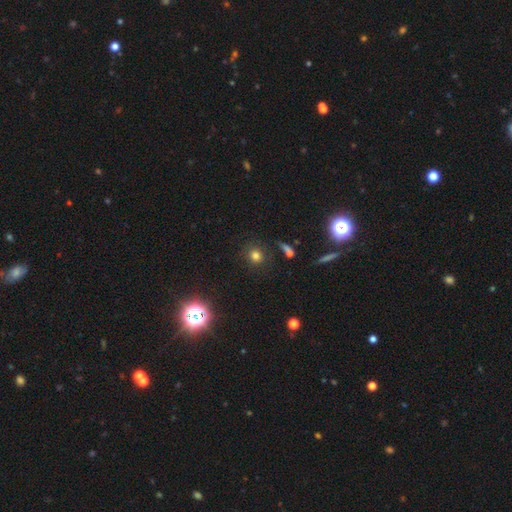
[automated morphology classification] Smooth or featured? smooth (75%)
How rounded? round (87%)
Merging? none (80%)